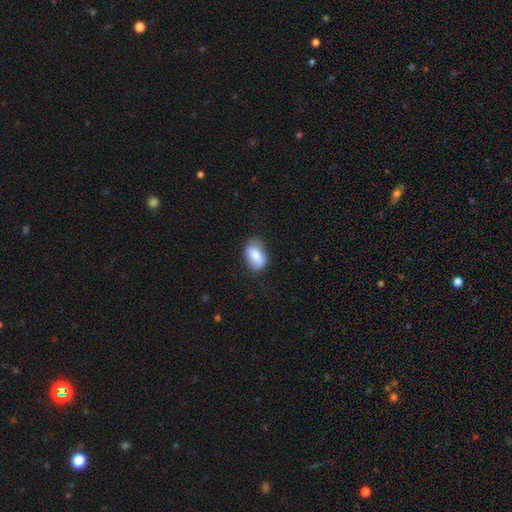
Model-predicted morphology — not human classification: Smooth or featured? smooth (80%)
How rounded? in between (87%)
Merging? none (75%)